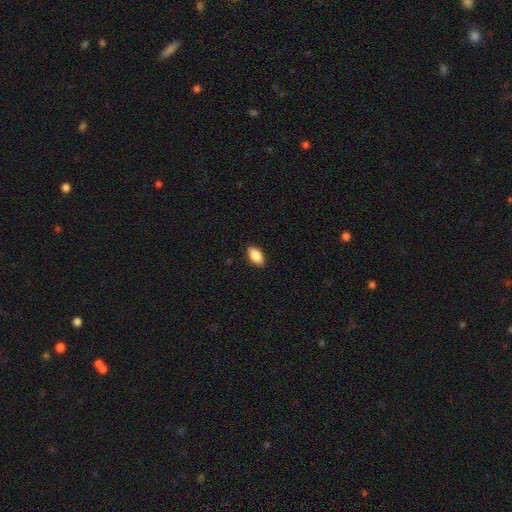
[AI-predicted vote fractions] smooth-or-featured: smooth: 86% | featured or disk: 8% | star or artifact: 7%
  how-rounded: in between: 91% | round: 4% | cigar-shaped: 4%
  merging: none: 88% | minor disturbance: 9% | major disturbance: 2% | merger: 1%